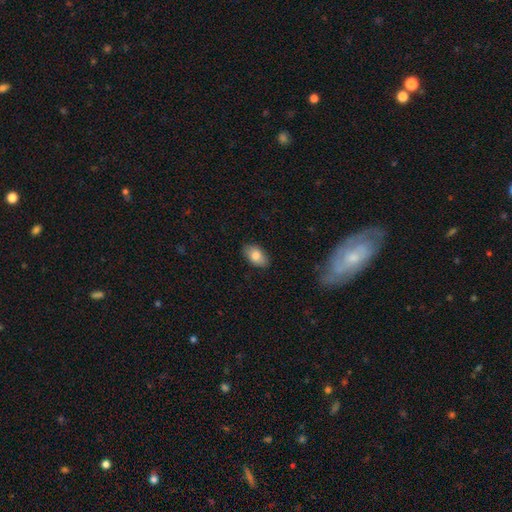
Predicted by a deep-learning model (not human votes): Morphology: type=smooth (82%); roundness=in between (92%); merging=none (87%).